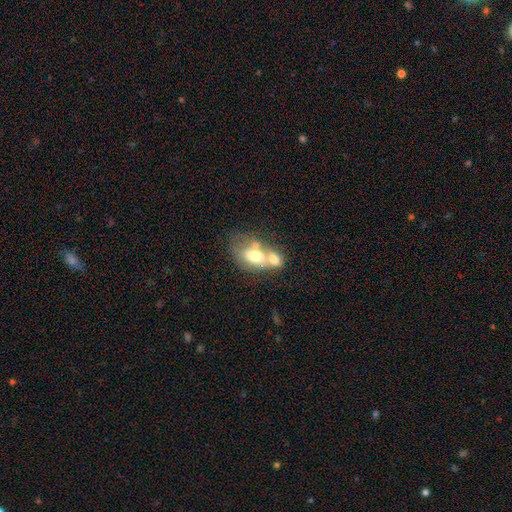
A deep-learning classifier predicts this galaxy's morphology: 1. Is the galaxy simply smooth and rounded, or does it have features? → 59% smooth, 33% featured or disk, 8% star or artifact.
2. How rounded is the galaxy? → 83% in between, 14% round, 3% cigar-shaped.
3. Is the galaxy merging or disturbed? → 66% merger, 17% none, 9% minor disturbance, 8% major disturbance.